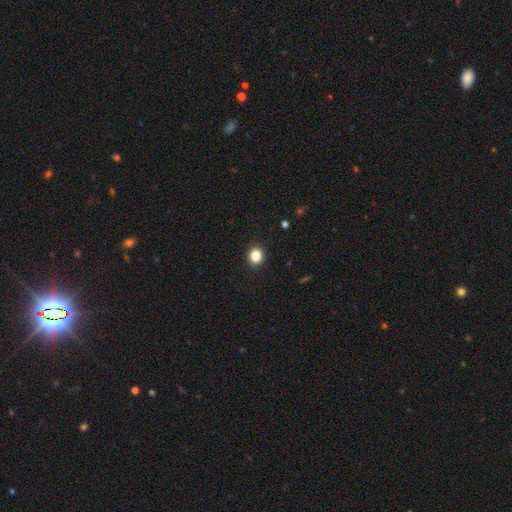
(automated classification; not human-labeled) This appears to be a smooth galaxy with no disk features (85%) that is round (79%). Merging: none (91%).